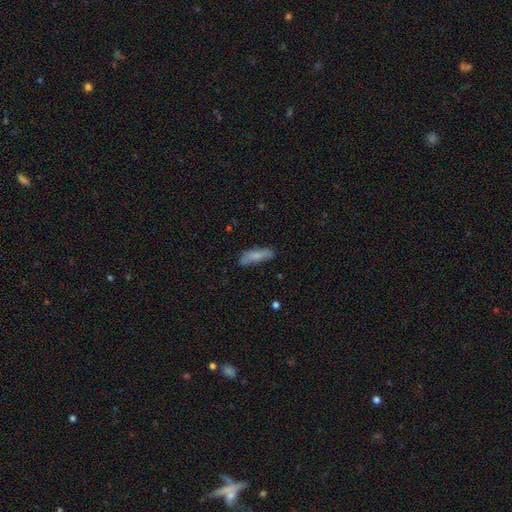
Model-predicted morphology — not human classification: This is likely a smooth galaxy (75%). How rounded: likely cigar-shaped (65%). Merging: likely none (71%).